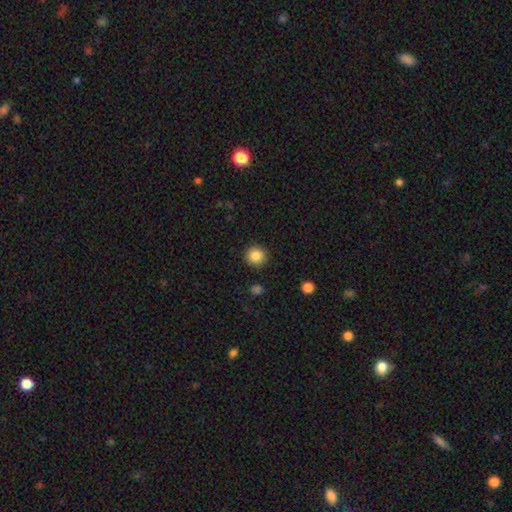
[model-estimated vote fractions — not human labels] Morphology: type=smooth (85%); roundness=round (94%); merging=none (91%).